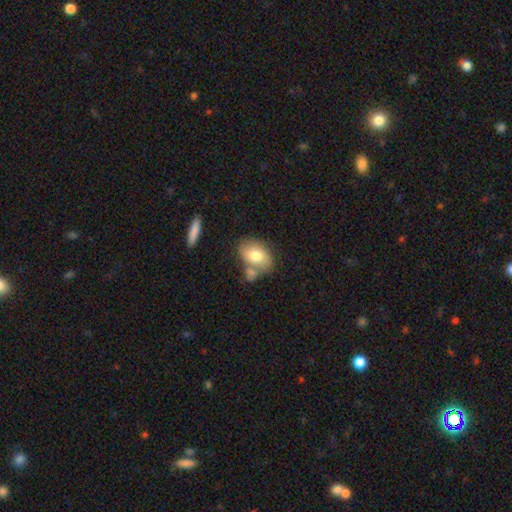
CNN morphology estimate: smooth-or-featured: smooth: 71% | featured or disk: 23% | star or artifact: 7%
  how-rounded: in between: 79% | round: 20% | cigar-shaped: 2%
  merging: none: 49% | merger: 28% | minor disturbance: 17% | major disturbance: 6%